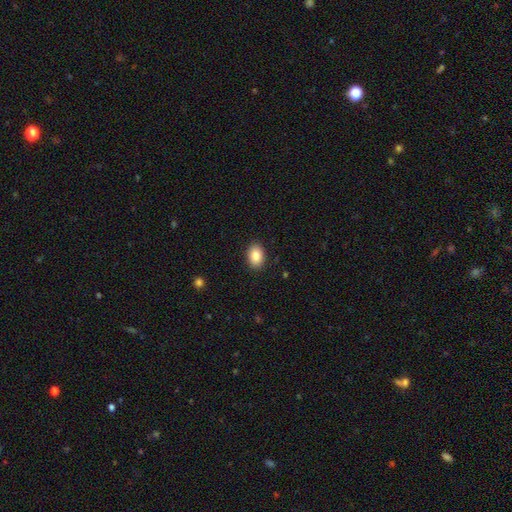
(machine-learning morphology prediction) Smooth or featured: smooth — 86% (star or artifact — 8%)
How rounded: in between — 79% (round — 20%)
Merging: none — 90% (minor disturbance — 8%)